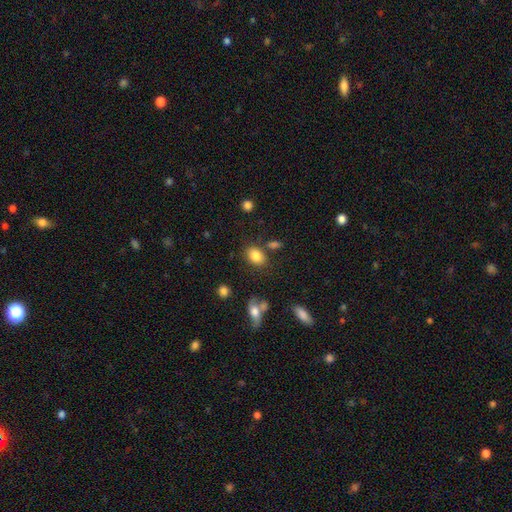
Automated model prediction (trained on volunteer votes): The model was most divided on "how rounded": in between: 79%, round: 20%, cigar-shaped: 1%. More confident: smooth or featured — smooth (84%); merging — none (73%).